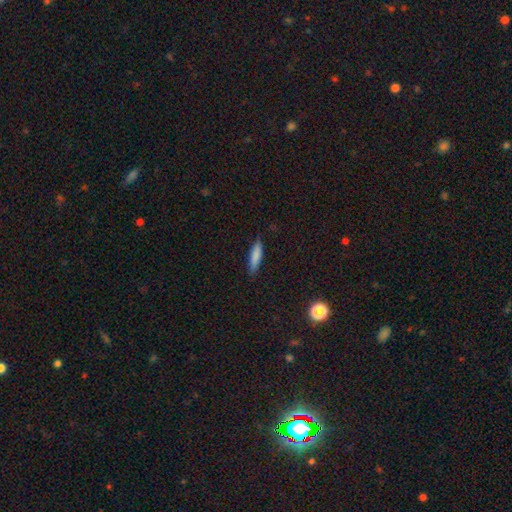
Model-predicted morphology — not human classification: Smooth or featured?
  - smooth: 82% *
  - featured or disk: 11%
  - star or artifact: 7%
How rounded?
  - cigar-shaped: 73% *
  - in between: 26%
  - round: 2%
Merging?
  - none: 83% *
  - minor disturbance: 14%
  - major disturbance: 2%
  - merger: 1%